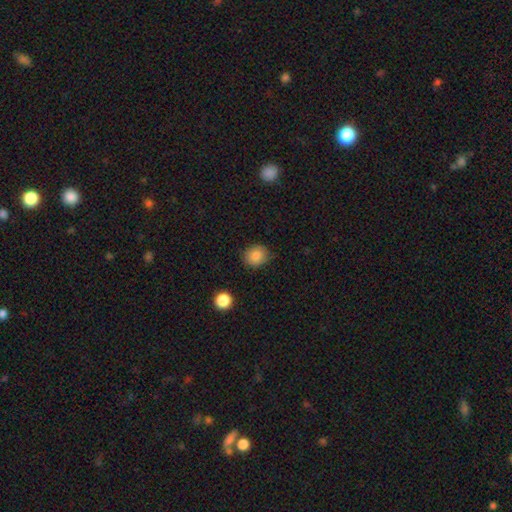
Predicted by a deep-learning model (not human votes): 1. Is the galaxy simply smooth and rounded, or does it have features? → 84% smooth, 10% star or artifact, 6% featured or disk.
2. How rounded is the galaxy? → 75% round, 24% in between, 1% cigar-shaped.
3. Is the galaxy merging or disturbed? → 81% none, 14% minor disturbance, 3% major disturbance, 1% merger.